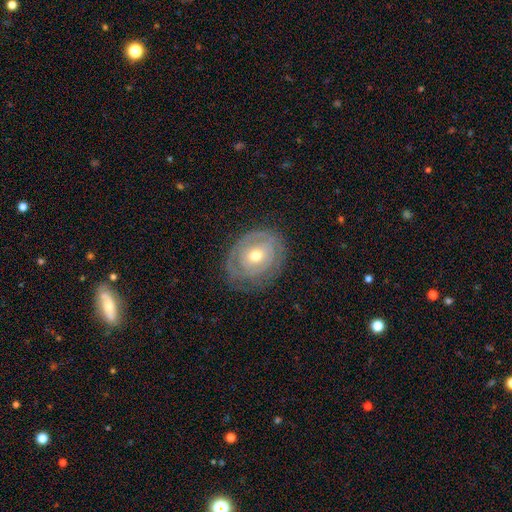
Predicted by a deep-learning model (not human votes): Morphology: type=featured or disk (68%); edge-on=no (95%); bar=no (75%); spiral arms=yes (67%); bulge=moderate (66%); merging=none (73%).